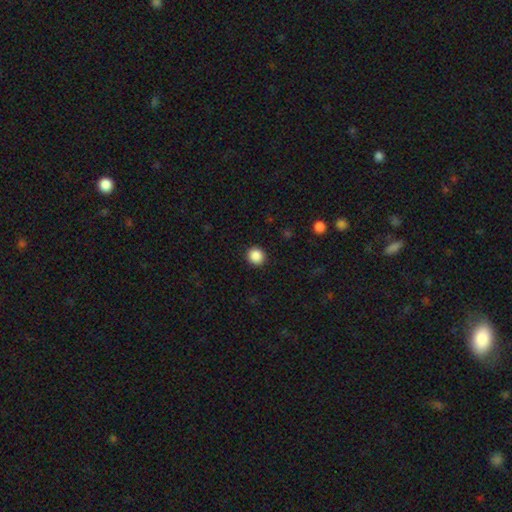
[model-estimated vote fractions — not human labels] smooth-or-featured: smooth: 87% | star or artifact: 10% | featured or disk: 3%
  how-rounded: round: 92% | in between: 7% | cigar-shaped: 1%
  merging: none: 92% | minor disturbance: 5% | major disturbance: 2% | merger: 1%